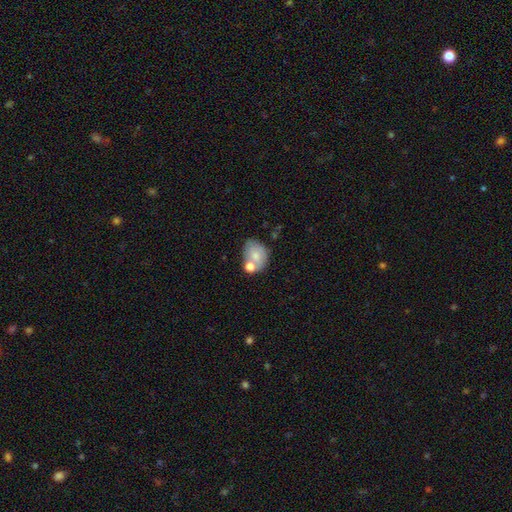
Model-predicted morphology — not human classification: The model was most divided on "merging": none: 44%, merger: 31%, minor disturbance: 18%, major disturbance: 7%. More confident: smooth or featured — smooth (72%); how rounded — in between (67%).